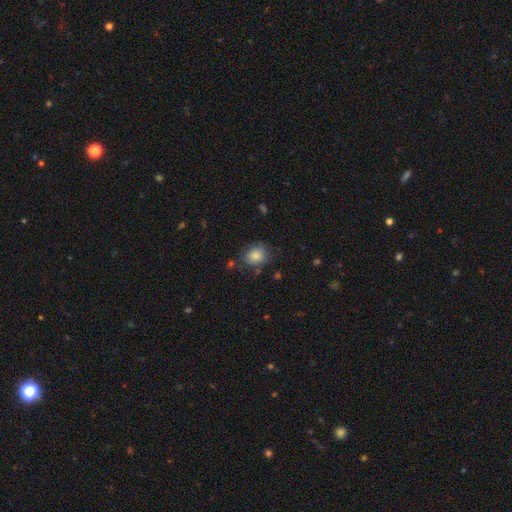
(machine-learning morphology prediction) Smooth or featured? Predicted: smooth (p=0.84). How rounded? Predicted: round (p=0.54). Merging? Predicted: none (p=0.74).